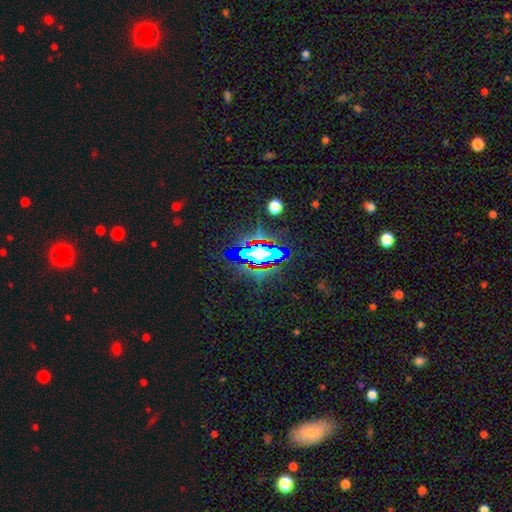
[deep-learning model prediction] The model was most divided on "smooth or featured": star or artifact: 59%, smooth: 21%, featured or disk: 19%.